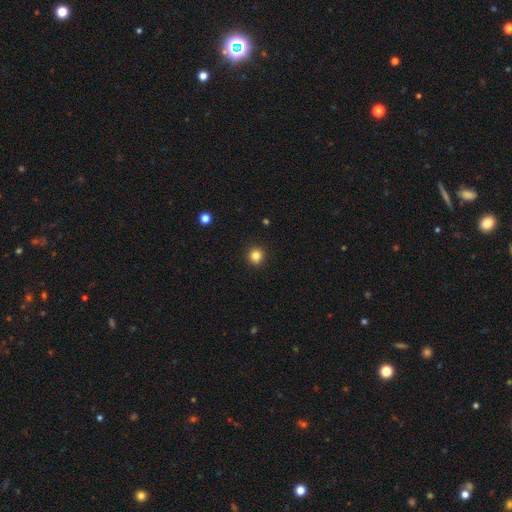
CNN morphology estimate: smooth 83%, star or artifact 12%, featured or disk 5%. Down the decision tree: how rounded — round (93%); merging — none (92%).